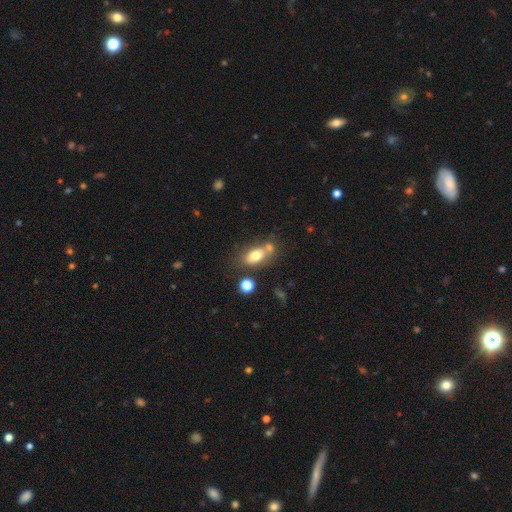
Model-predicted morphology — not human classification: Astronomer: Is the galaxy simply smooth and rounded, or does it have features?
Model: smooth — 73%.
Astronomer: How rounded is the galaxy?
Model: in between — 81%.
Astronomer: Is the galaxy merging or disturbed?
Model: none — 52% (runner-up: merger, 28%).